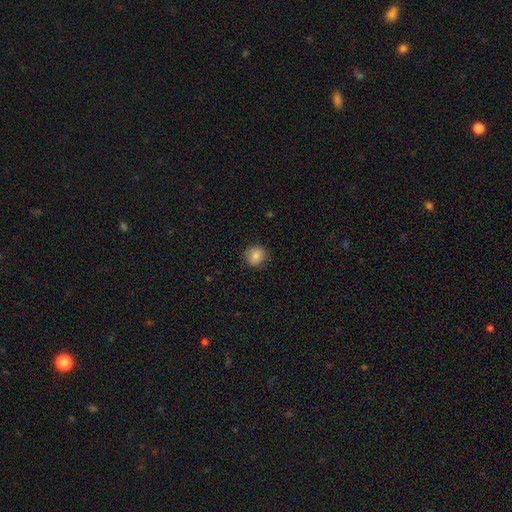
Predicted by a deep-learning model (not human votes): Morphology: type=smooth (85%); roundness=round (87%); merging=none (88%).